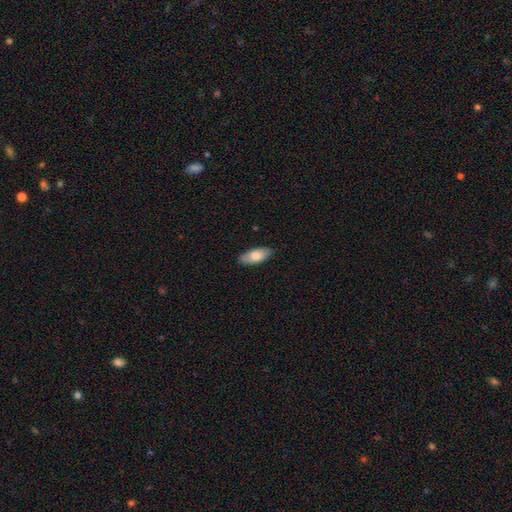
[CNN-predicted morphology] Smooth or featured? smooth (79%)
How rounded? in between (85%)
Merging? none (85%)